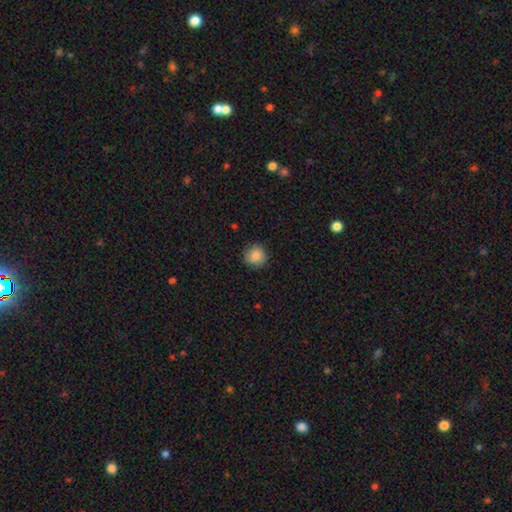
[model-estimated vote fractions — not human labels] smooth_or_featured: smooth (p=0.85) [alt: star or artifact p=0.08]
how_rounded: round (p=0.90) [alt: in between p=0.09]
merging: none (p=0.84) [alt: minor disturbance p=0.12]